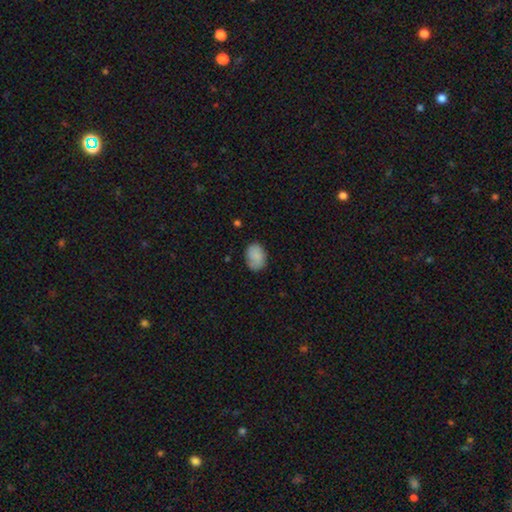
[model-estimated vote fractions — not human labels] Smooth or featured? Predicted: smooth (p=0.83). How rounded? Predicted: in between (p=0.73). Merging? Predicted: none (p=0.74).